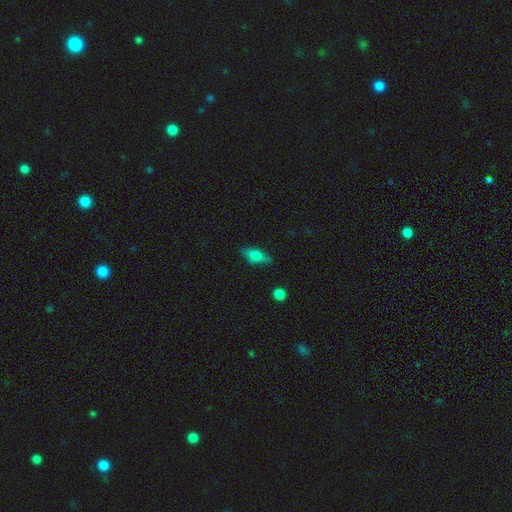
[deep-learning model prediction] smooth-or-featured: smooth: 59% | featured or disk: 33% | star or artifact: 9%
  how-rounded: in between: 67% | cigar-shaped: 28% | round: 6%
  merging: none: 79% | minor disturbance: 16% | major disturbance: 4% | merger: 2%